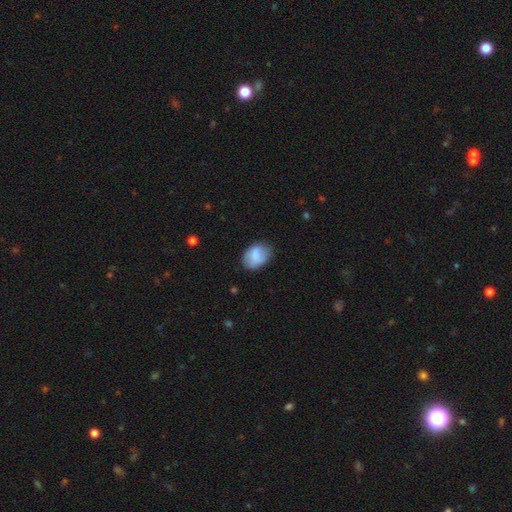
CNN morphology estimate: Smooth or featured? Predicted: smooth (p=0.79). How rounded? Predicted: in between (p=0.79). Merging? Predicted: none (p=0.74).